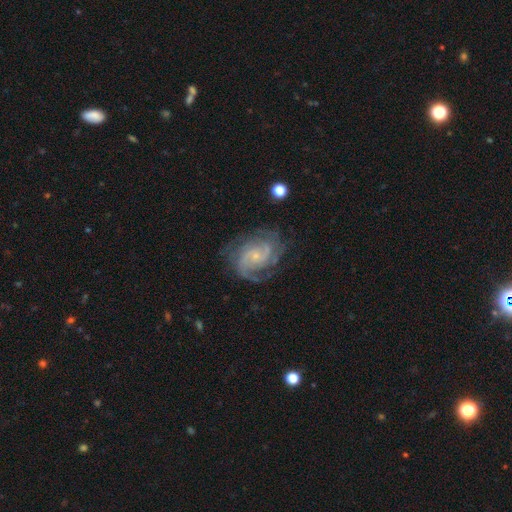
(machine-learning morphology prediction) featured or disk 88%, smooth 6%, star or artifact 6%. Down the decision tree: edge-on disk — no (98%); bar — no (64%); spiral arms — yes (97%); spiral arm count — 2 (51%); spiral winding — tight (46%); bulge size — small (79%); merging — none (71%).